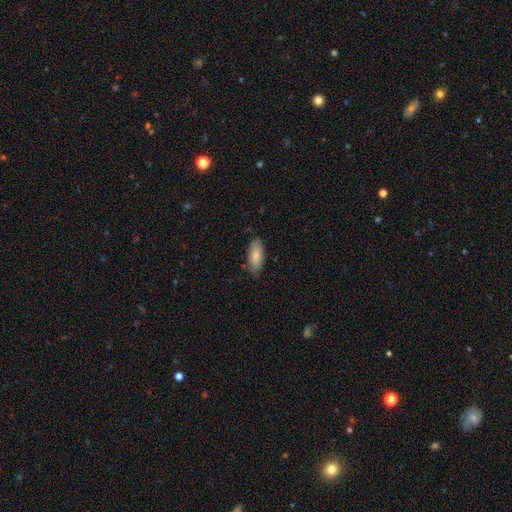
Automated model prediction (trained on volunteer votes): This appears to be a smooth galaxy with no disk features (86%) that is in between round and cigar-shaped (80%). Merging: none (84%).